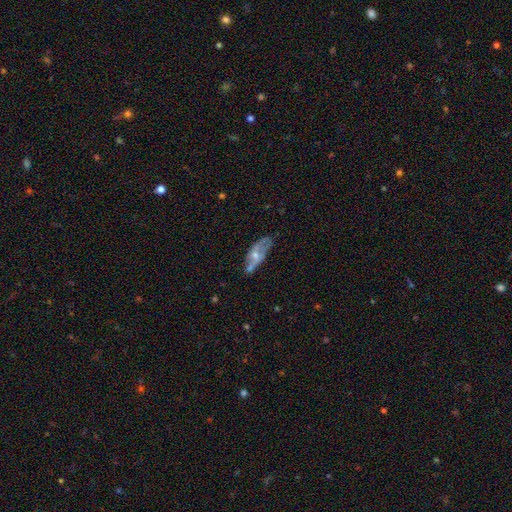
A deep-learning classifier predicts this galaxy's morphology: Smooth or featured? Predicted: featured or disk (p=0.54). Edge-on disk? Predicted: no (p=0.78). Merging? Predicted: none (p=0.44).